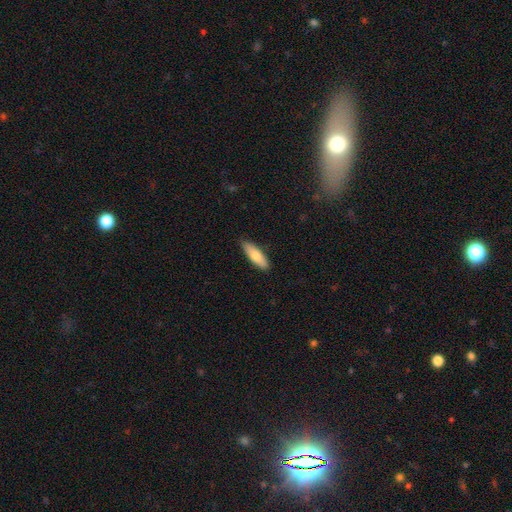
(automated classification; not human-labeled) smooth-or-featured: smooth: 77% | featured or disk: 18% | star or artifact: 6%
  how-rounded: in between: 51% | cigar-shaped: 47% | round: 2%
  merging: none: 85% | minor disturbance: 12% | major disturbance: 2% | merger: 1%